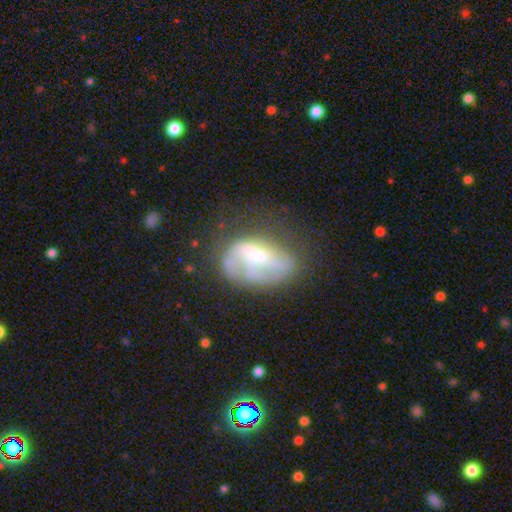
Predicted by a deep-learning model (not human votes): smooth_or_featured: featured or disk (p=0.59) [alt: smooth p=0.33]
disk_edge_on: no (p=0.96) [alt: yes p=0.04]
bar: no (p=0.51) [alt: weak p=0.33]
has_spiral_arms: yes (p=0.54) [alt: no p=0.46]
bulge_size: moderate (p=0.39) [alt: small p=0.34]
merging: none (p=0.36) [alt: major disturbance p=0.33]